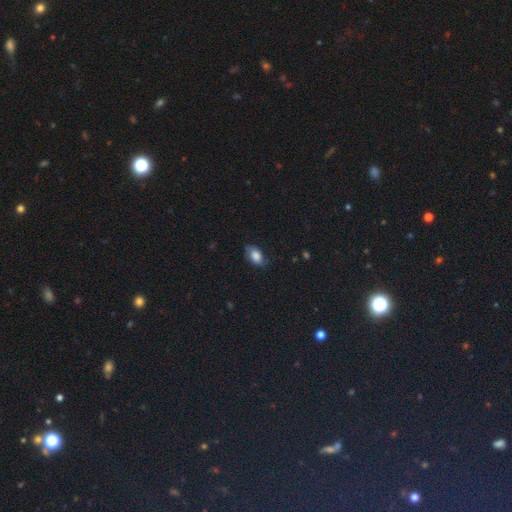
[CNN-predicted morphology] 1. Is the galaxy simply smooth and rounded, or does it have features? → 68% smooth, 23% featured or disk, 9% star or artifact.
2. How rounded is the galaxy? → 90% in between, 8% round, 2% cigar-shaped.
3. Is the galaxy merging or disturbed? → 71% none, 22% minor disturbance, 6% major disturbance, 1% merger.